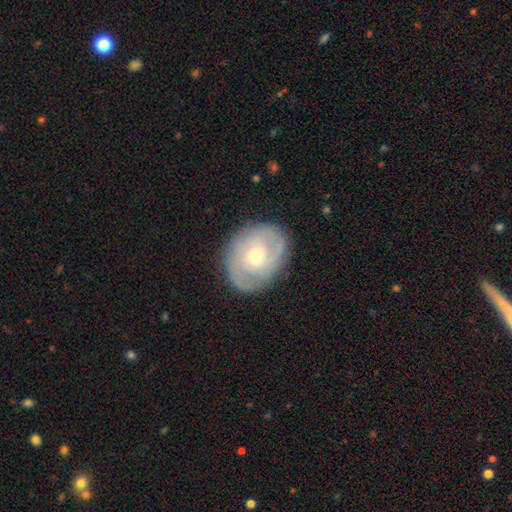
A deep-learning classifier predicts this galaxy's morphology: This is likely a featured or disk galaxy (73%). It is clearly not viewed edge-on (97%). Bar: likely no (72%). Spiral arm pattern: clearly yes (89%). Spiral arm count: marginally 2 (40%). Spiral winding: possibly tight (58%). Central bulge: possibly small (50%). Merging: clearly none (83%).